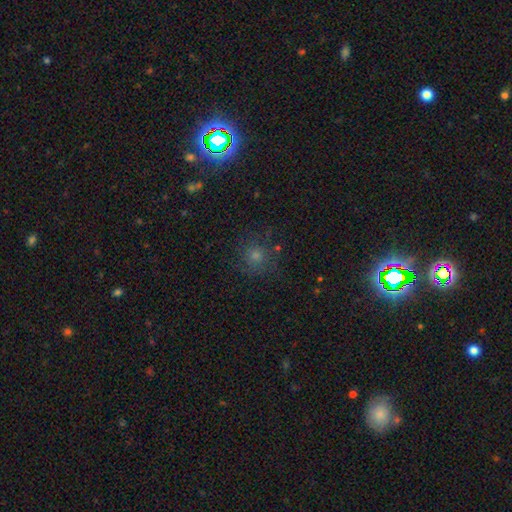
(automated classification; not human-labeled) This is marginally a smooth galaxy (44%). Merging: likely none (80%).